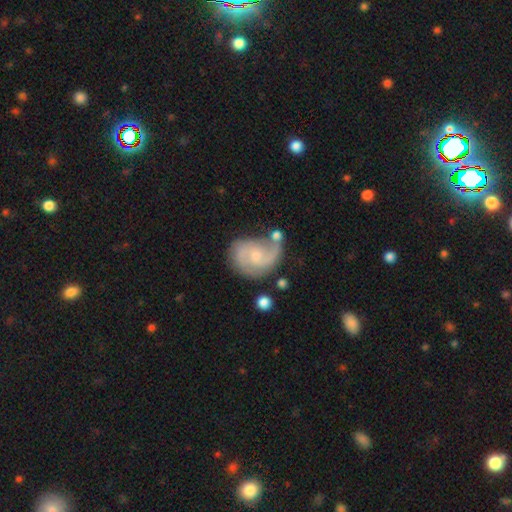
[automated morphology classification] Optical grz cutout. It shows a featured or disk galaxy (77%) with no bar (59%), 2 (72%) medium (48%) spiral arms (93%) and a small central bulge (60%). Merging: none (50%).